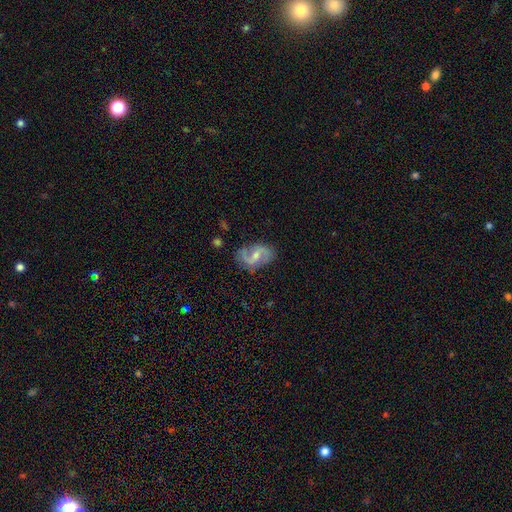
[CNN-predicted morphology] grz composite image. It shows a featured or disk galaxy (84%) with a weak bar (50%), 2 (92%) medium (46%) spiral arms (95%) and a moderate central bulge (48%). Merging: none (77%).